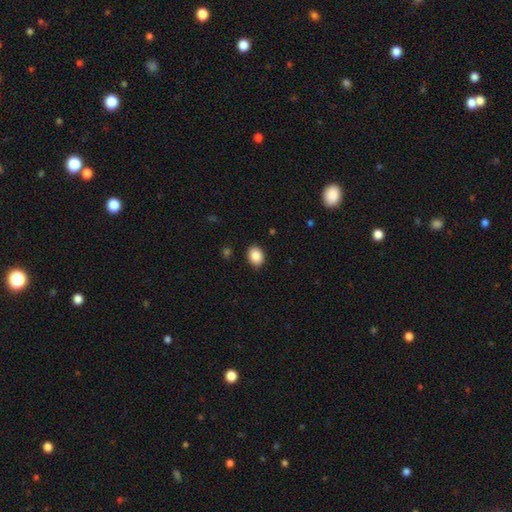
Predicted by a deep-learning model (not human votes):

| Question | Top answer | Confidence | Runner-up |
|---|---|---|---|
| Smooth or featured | smooth | 88% | star or artifact (8%) |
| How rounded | in between | 68% | round (31%) |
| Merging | none | 88% | minor disturbance (9%) |